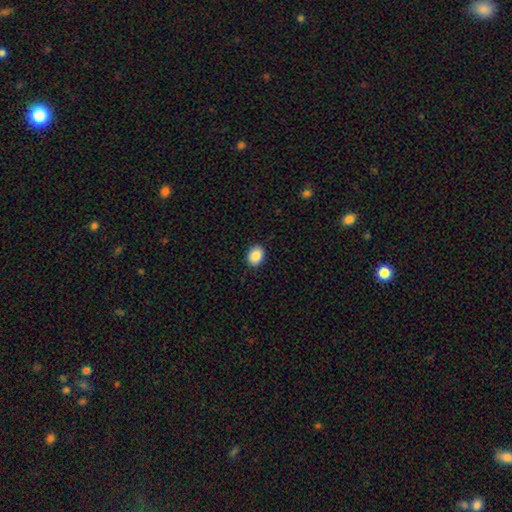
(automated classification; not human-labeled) This appears to be a smooth galaxy with no disk features (87%) that is in between round and cigar-shaped (60%). Merging: none (90%).